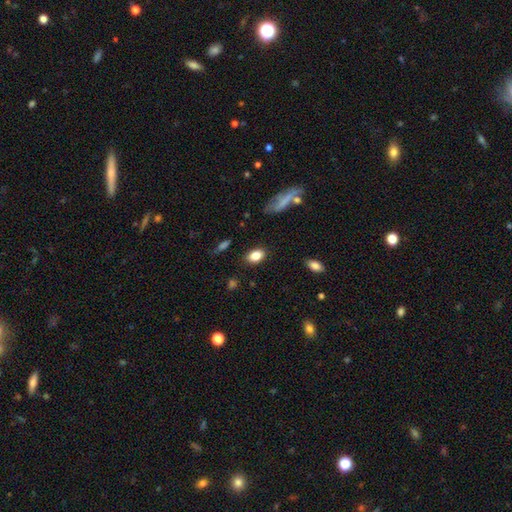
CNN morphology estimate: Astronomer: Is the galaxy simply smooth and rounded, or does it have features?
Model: smooth — 84%.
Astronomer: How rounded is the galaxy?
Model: in between — 84%.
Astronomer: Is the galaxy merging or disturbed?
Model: none — 85%.